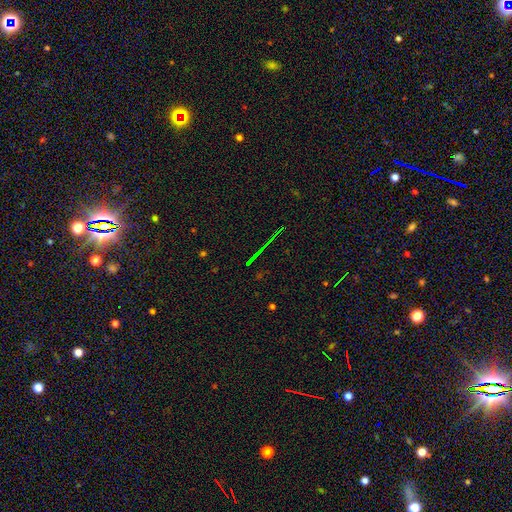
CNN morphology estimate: A star or artifact, not a galaxy (72%).

Vote fractions:
- Smooth or featured? star or artifact: 72% / featured or disk: 16% / smooth: 12%